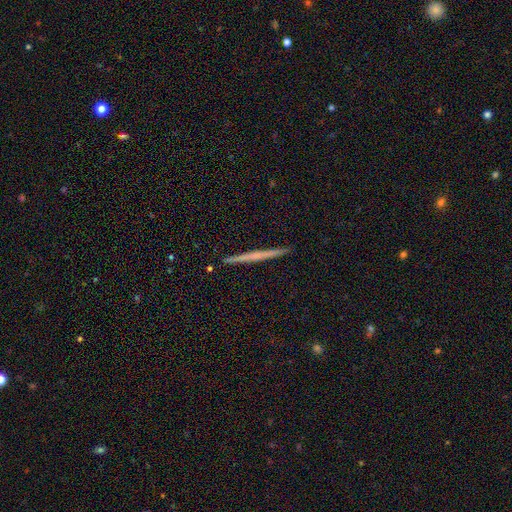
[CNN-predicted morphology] Overall: featured or disk (54%; smooth 40%). Edge-on disk: yes (98%). Edge-on bulge: none (83%). Merging: none (93%).